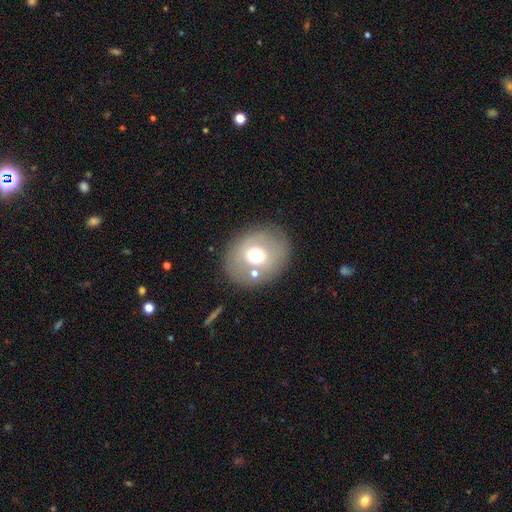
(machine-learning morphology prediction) This is likely a smooth galaxy (61%). How rounded: likely round (61%). Merging: likely none (76%).